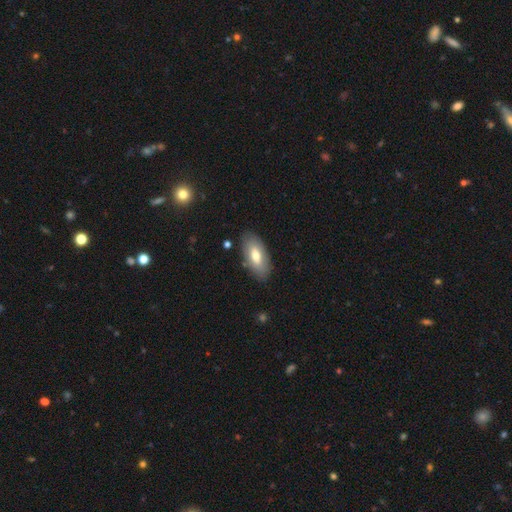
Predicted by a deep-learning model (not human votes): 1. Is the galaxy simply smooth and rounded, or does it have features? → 69% smooth, 25% featured or disk, 6% star or artifact.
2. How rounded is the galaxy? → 89% in between, 8% cigar-shaped, 2% round.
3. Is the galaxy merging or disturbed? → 84% none, 11% minor disturbance, 3% major disturbance, 2% merger.